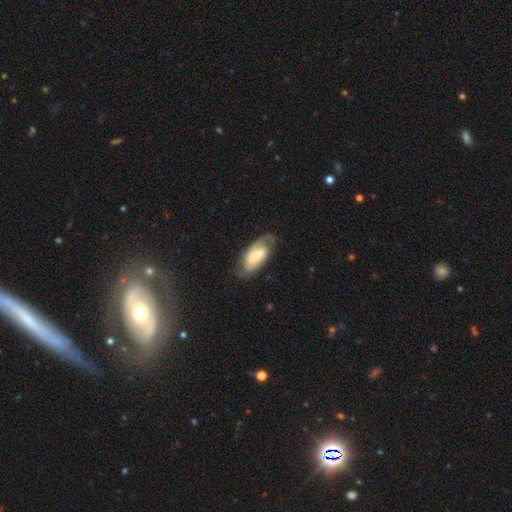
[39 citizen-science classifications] featured or disk 92%, smooth 8%, star or artifact 0%. Down the decision tree: edge-on disk — no (97%); bar — weak (40%, tied with no); spiral arms — yes (97%); spiral arm count — 2 (68%); spiral winding — tight (41%); bulge size — small (69%); merging — none (77%).